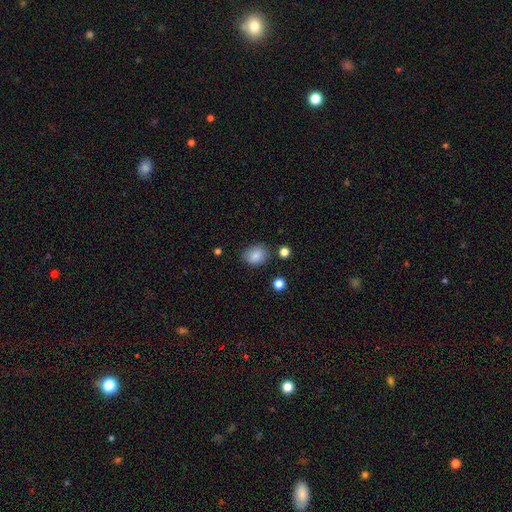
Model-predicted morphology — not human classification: Smooth or featured: smooth — 86% (star or artifact — 9%)
How rounded: in between — 59% (round — 40%)
Merging: none — 77% (minor disturbance — 16%)